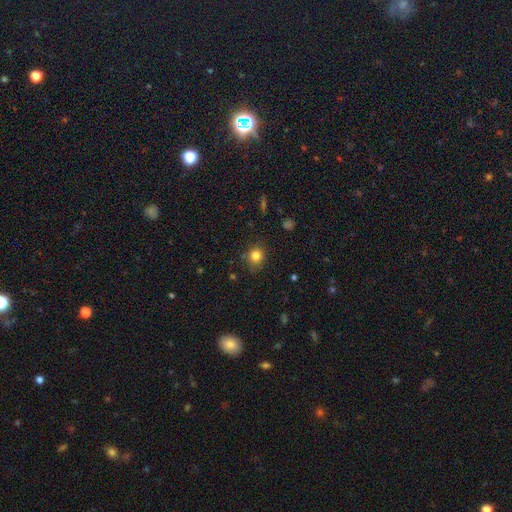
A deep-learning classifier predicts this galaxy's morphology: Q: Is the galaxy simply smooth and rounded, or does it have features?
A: smooth — 81%.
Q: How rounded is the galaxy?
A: round — 78%.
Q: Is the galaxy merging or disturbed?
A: none — 78%.